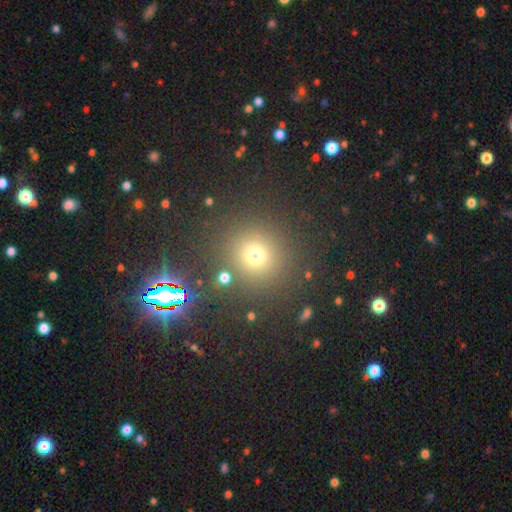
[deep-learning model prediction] smooth-or-featured: smooth: 66% | star or artifact: 27% | featured or disk: 7%
  how-rounded: round: 92% | in between: 7% | cigar-shaped: 1%
  merging: none: 85% | minor disturbance: 7% | merger: 4% | major disturbance: 4%